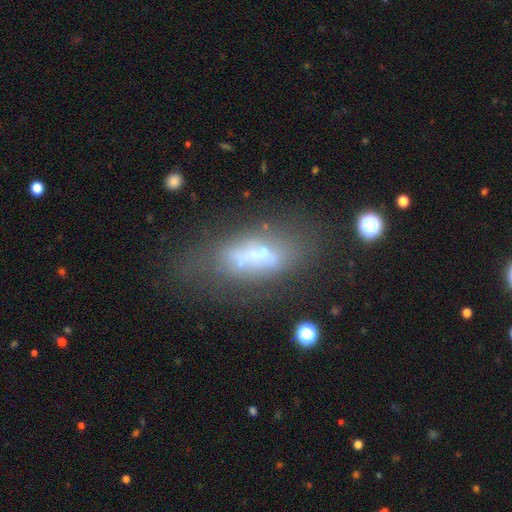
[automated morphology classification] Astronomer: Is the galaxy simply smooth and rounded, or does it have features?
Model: featured or disk — 44% (runner-up: smooth, 43%).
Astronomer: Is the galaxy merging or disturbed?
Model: none — 39% (runner-up: major disturbance, 25%).